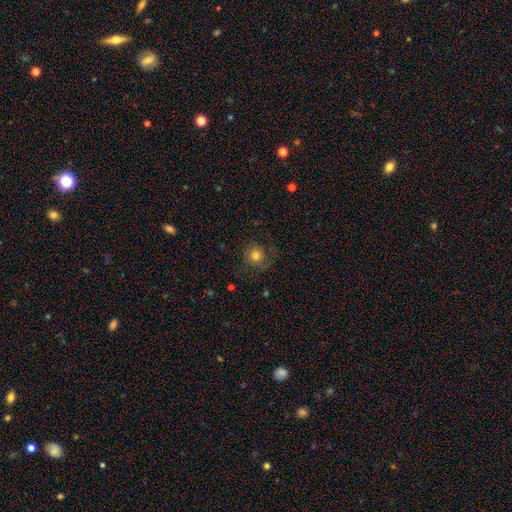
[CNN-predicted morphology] This is likely a smooth galaxy (73%). How rounded: clearly round (90%). Merging: likely none (75%).